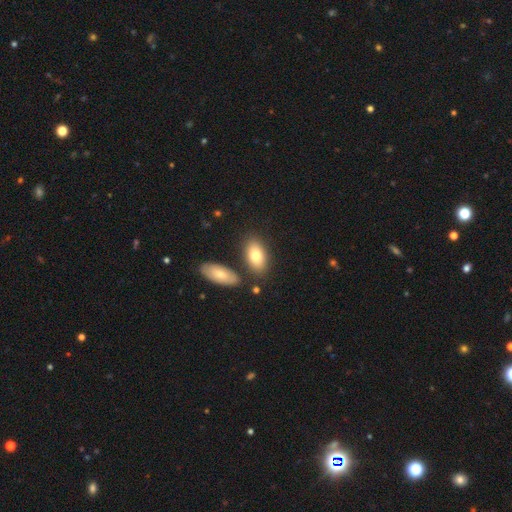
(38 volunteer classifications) Morphology: type=smooth (63%); roundness=in between (88%); merging=none (77%).